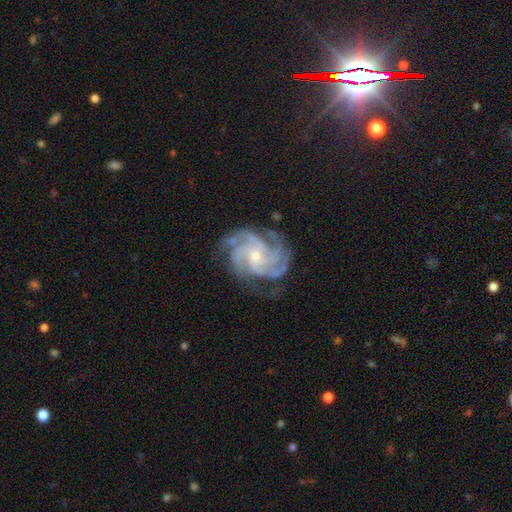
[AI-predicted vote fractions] featured or disk 90%, star or artifact 5%, smooth 4%. Down the decision tree: edge-on disk — no (98%); bar — no (67%); spiral arms — yes (98%); spiral arm count — 4 (45%); spiral winding — tight (58%); bulge size — small (65%); merging — none (75%).